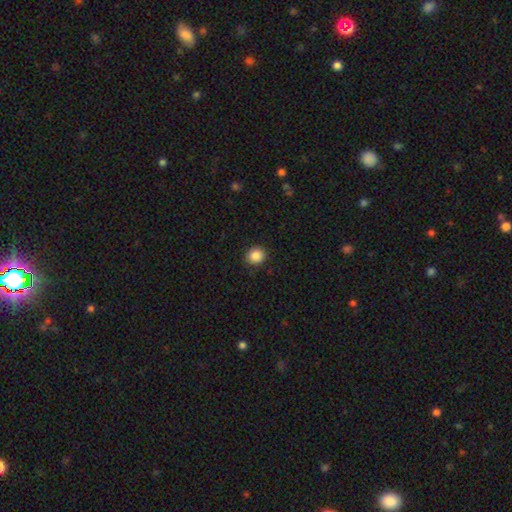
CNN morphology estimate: smooth-or-featured: smooth: 88% | star or artifact: 9% | featured or disk: 3%
  how-rounded: round: 87% | in between: 12% | cigar-shaped: 1%
  merging: none: 91% | minor disturbance: 6% | major disturbance: 2% | merger: 1%